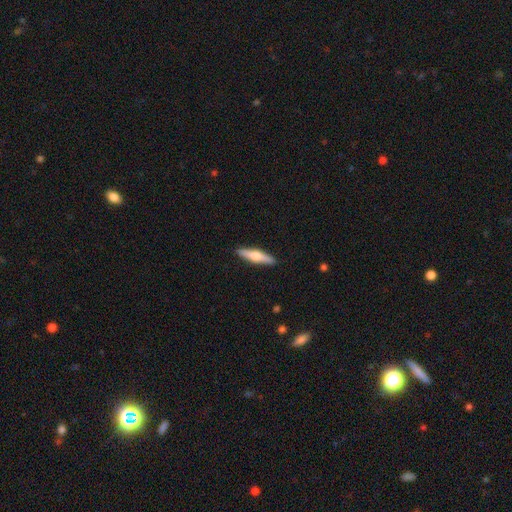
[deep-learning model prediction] smooth_or_featured: featured or disk (p=0.52) [alt: smooth p=0.42]
disk_edge_on: yes (p=0.95) [alt: no p=0.05]
merging: none (p=0.90) [alt: minor disturbance p=0.07]